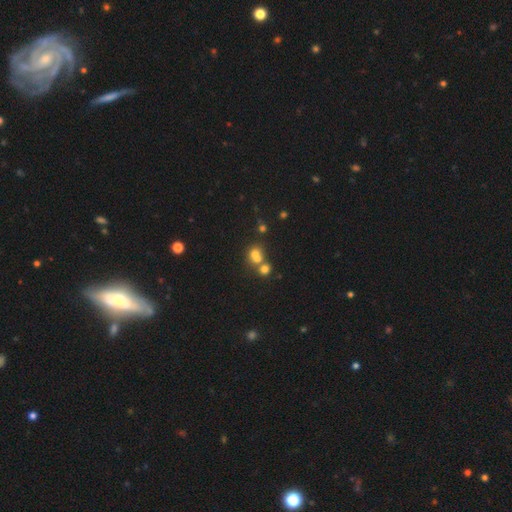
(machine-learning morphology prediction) Smooth or featured?
  - smooth: 66% *
  - star or artifact: 19%
  - featured or disk: 15%
How rounded?
  - round: 74% *
  - in between: 24%
  - cigar-shaped: 1%
Merging?
  - merger: 53% *
  - none: 36%
  - minor disturbance: 7%
  - major disturbance: 4%